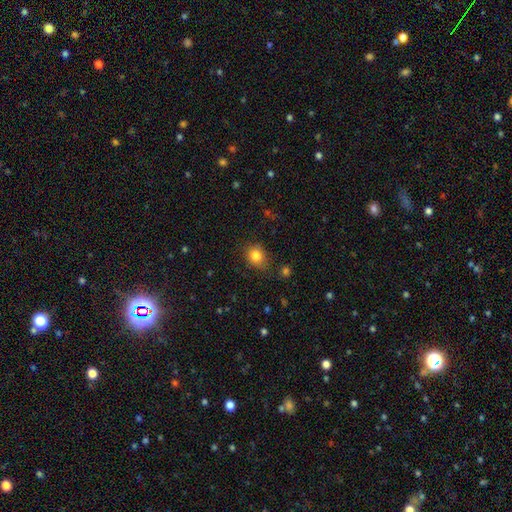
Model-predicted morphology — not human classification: Overall: smooth (83%). How rounded: round (64%; in between 35%). Merging: none (79%).